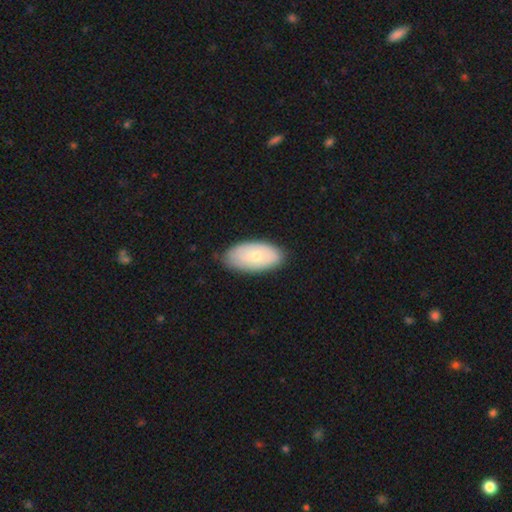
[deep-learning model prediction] smooth-or-featured: smooth: 66% | featured or disk: 29% | star or artifact: 6%
  how-rounded: in between: 94% | round: 3% | cigar-shaped: 3%
  merging: none: 80% | minor disturbance: 16% | major disturbance: 3% | merger: 1%